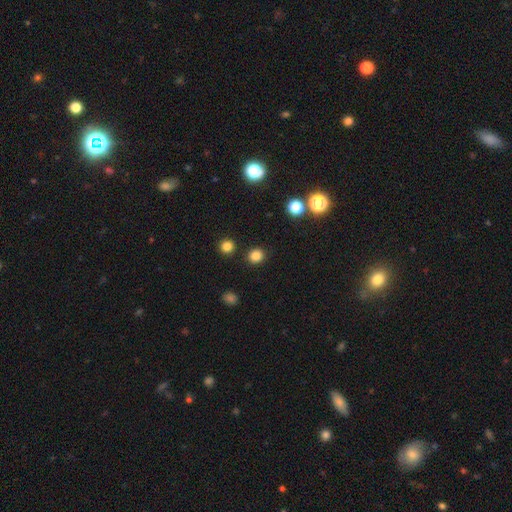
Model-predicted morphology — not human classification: This appears to be a smooth galaxy with no disk features (83%) that is round (83%). Merging: none (89%).